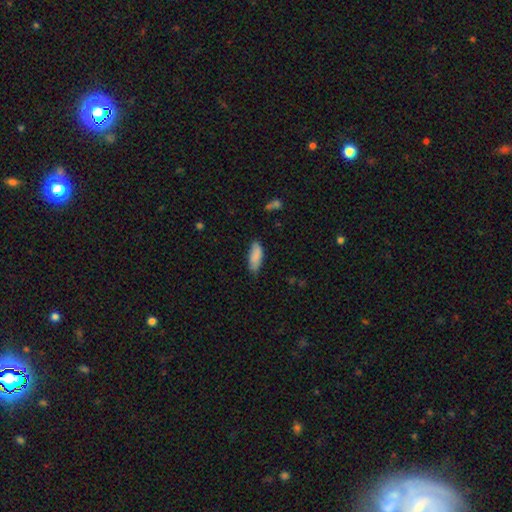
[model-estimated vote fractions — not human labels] smooth 86%, featured or disk 8%, star or artifact 6%. Down the decision tree: how rounded — in between (75%); merging — none (71%).